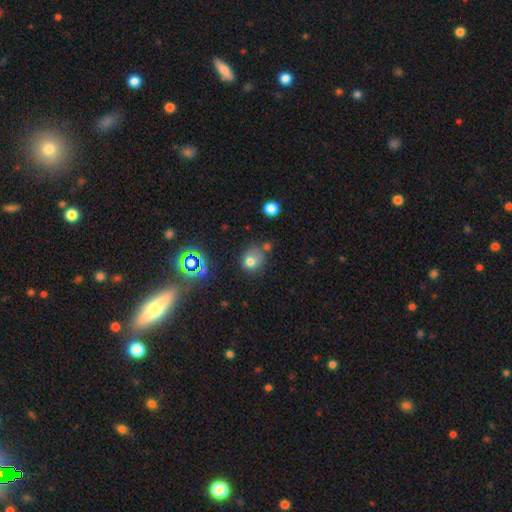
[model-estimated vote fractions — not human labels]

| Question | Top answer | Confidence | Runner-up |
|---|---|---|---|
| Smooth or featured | smooth | 69% | star or artifact (21%) |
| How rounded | round | 77% | in between (22%) |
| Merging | none | 62% | minor disturbance (17%) |